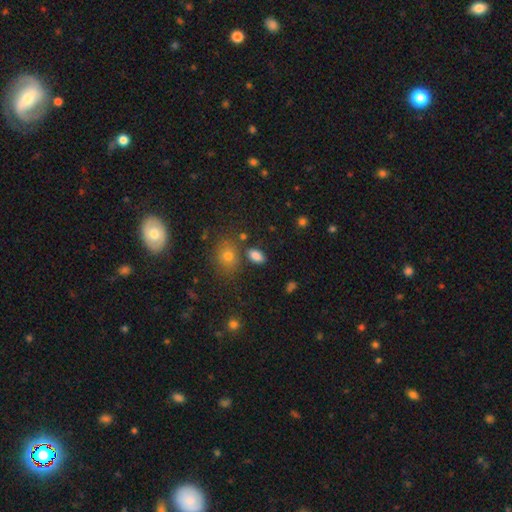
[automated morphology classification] smooth-or-featured: smooth: 84% | star or artifact: 11% | featured or disk: 5%
  how-rounded: in between: 88% | round: 9% | cigar-shaped: 3%
  merging: none: 79% | minor disturbance: 11% | merger: 7% | major disturbance: 4%